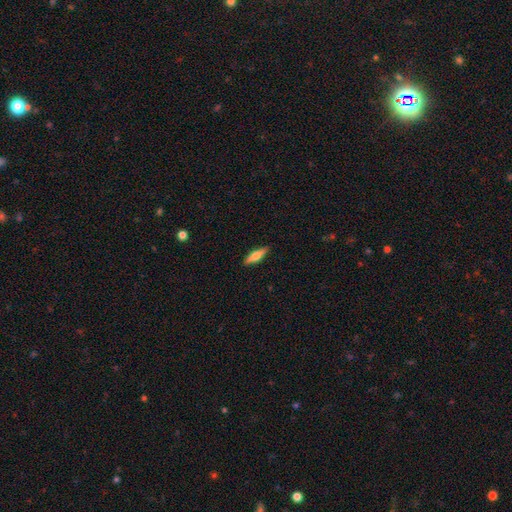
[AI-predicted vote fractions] This is possibly a smooth galaxy (58%). How rounded: likely cigar-shaped (64%). Merging: clearly none (89%).